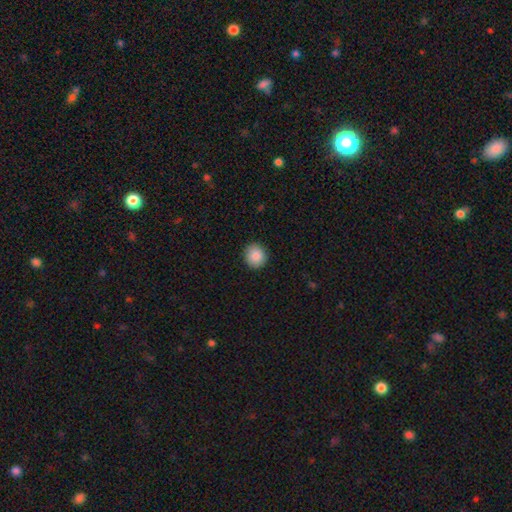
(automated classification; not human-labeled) A smooth galaxy with no disk features (88%) that is round (90%). Merging: none (91%).